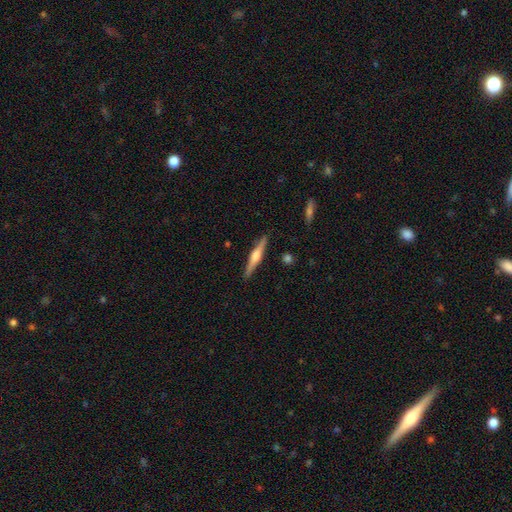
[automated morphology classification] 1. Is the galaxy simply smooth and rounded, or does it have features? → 66% featured or disk, 29% smooth, 6% star or artifact.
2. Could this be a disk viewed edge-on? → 98% yes, 2% no.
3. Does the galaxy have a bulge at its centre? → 85% rounded, 10% boxy, 5% none.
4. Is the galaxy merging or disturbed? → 90% none, 7% minor disturbance, 1% major disturbance, 1% merger.